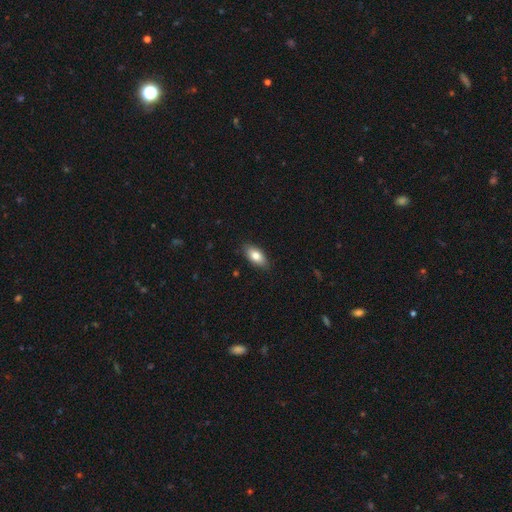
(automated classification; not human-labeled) smooth-or-featured: smooth: 81% | featured or disk: 13% | star or artifact: 7%
  how-rounded: in between: 89% | cigar-shaped: 7% | round: 3%
  merging: none: 87% | minor disturbance: 10% | major disturbance: 2% | merger: 1%